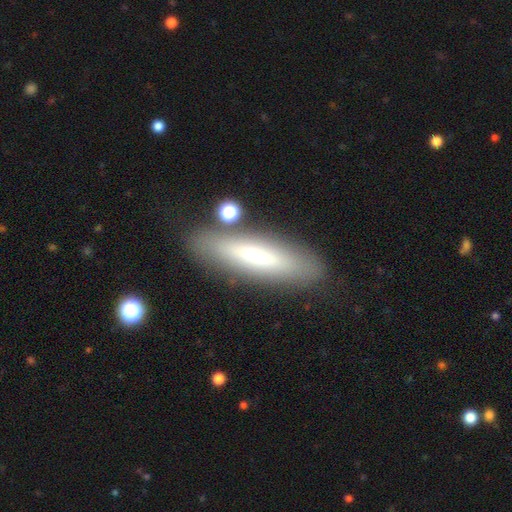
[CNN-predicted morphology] Smooth or featured? smooth (62%)
How rounded? cigar-shaped (73%)
Merging? none (77%)